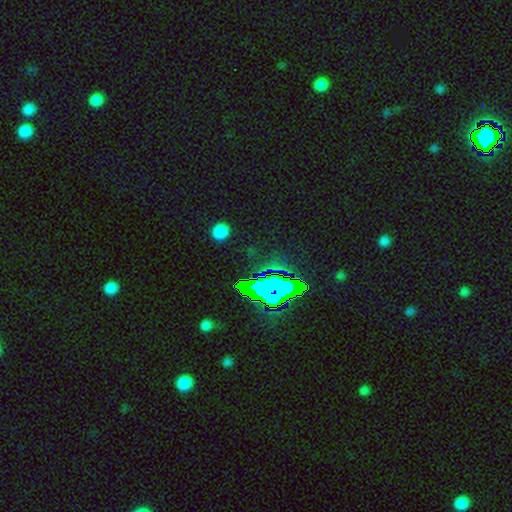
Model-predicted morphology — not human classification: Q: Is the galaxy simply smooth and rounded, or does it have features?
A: star or artifact — 68%.